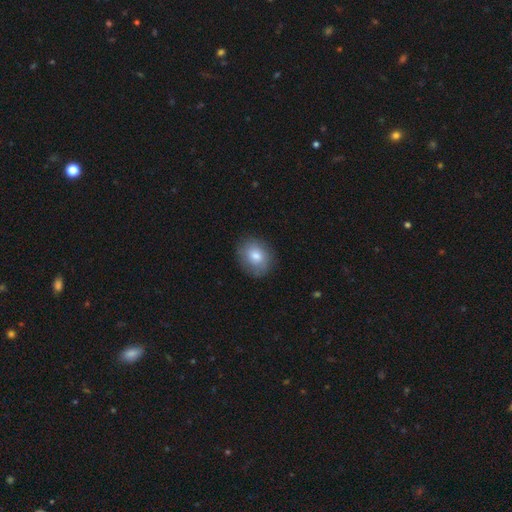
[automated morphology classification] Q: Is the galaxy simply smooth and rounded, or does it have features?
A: smooth — 78%.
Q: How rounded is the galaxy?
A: round — 53%.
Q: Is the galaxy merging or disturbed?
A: none — 84%.